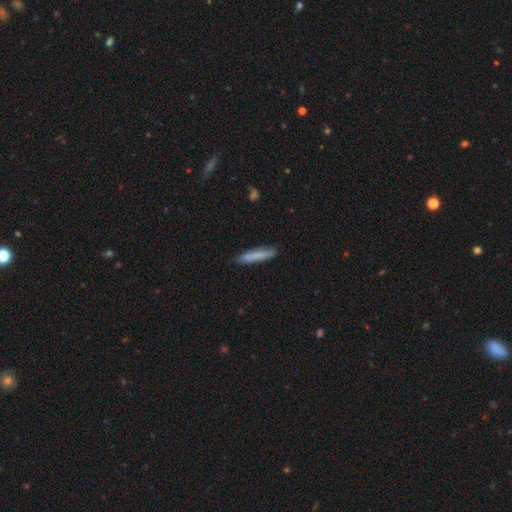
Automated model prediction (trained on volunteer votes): The model was most divided on "smooth or featured": smooth: 79%, featured or disk: 15%, star or artifact: 6%. More confident: how rounded — cigar-shaped (90%); merging — none (84%).